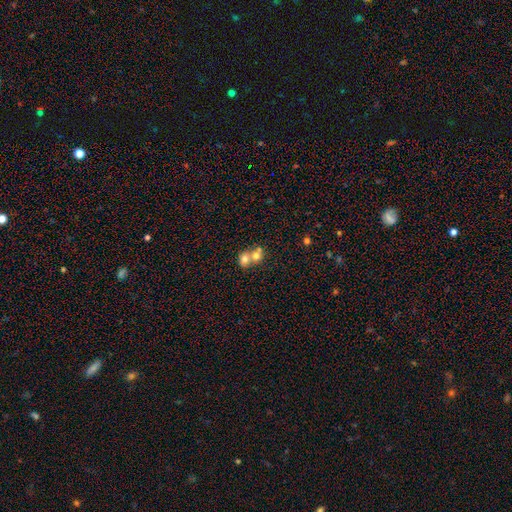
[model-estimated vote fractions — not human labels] This is likely a smooth galaxy (69%). How rounded: likely round (71%). Merging: likely merger (68%).